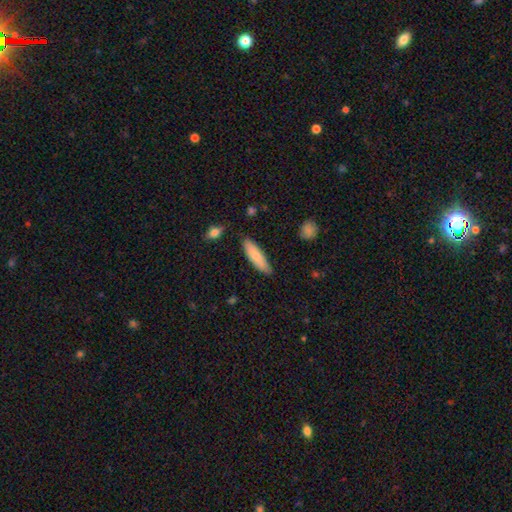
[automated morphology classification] Smooth or featured? Predicted: smooth (p=0.79). How rounded? Predicted: cigar-shaped (p=0.63). Merging? Predicted: none (p=0.84).